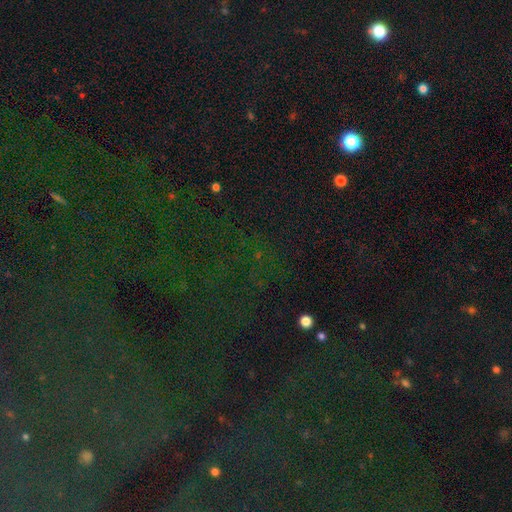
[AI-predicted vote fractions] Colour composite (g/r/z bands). It shows a star or artifact, not a galaxy (83%).